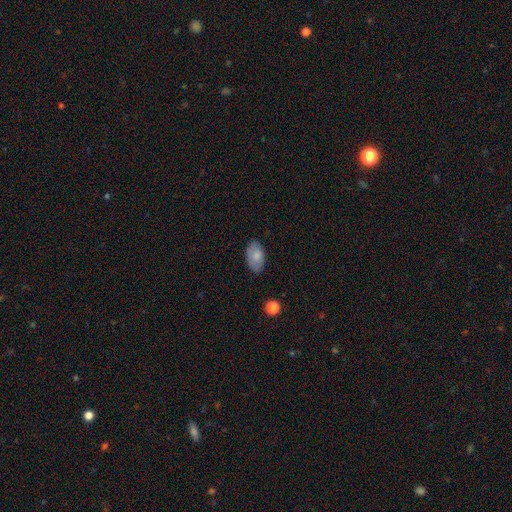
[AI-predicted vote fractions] smooth 80%, featured or disk 13%, star or artifact 7%. Down the decision tree: how rounded — in between (93%); merging — none (80%).